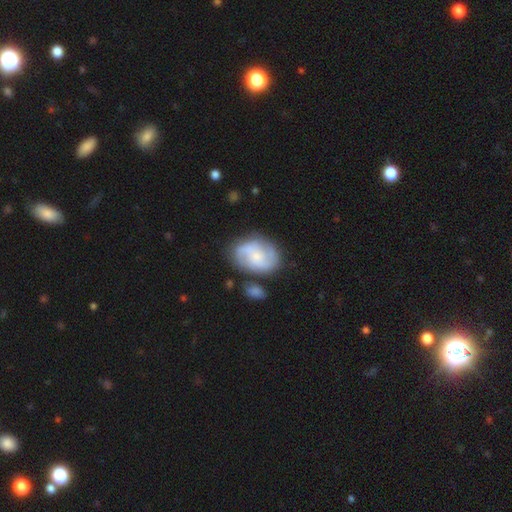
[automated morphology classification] type=featured or disk (71%); edge-on=no (97%); bar=no (60%); spiral arms=yes (91%); winding=medium (46%); arm count=2 (66%); bulge=small (60%); merging=none (66%).